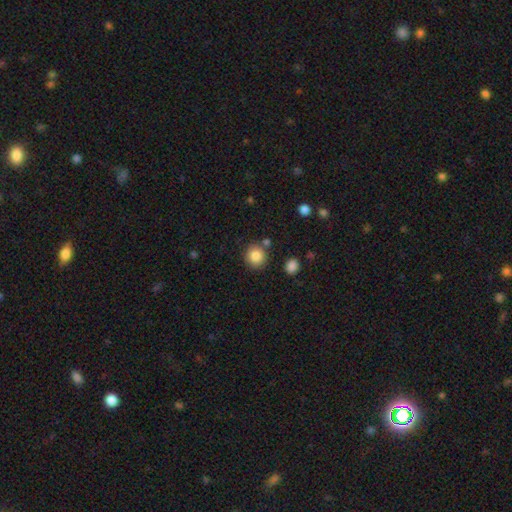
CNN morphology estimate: smooth 85%, star or artifact 9%, featured or disk 6%. Down the decision tree: how rounded — round (88%); merging — none (81%).